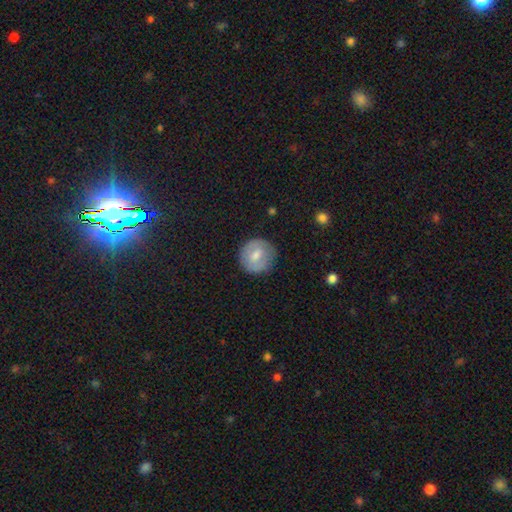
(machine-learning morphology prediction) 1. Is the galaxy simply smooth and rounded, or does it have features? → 61% smooth, 33% featured or disk, 7% star or artifact.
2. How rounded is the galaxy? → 88% round, 11% in between, 1% cigar-shaped.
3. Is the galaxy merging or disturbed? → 81% none, 14% minor disturbance, 4% major disturbance, 1% merger.